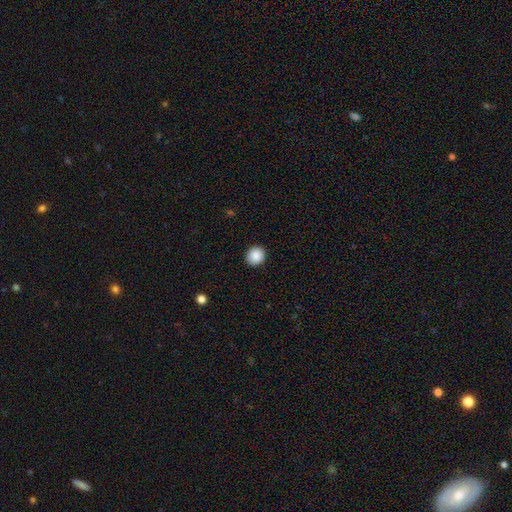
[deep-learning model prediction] smooth_or_featured: smooth (p=0.89) [alt: star or artifact p=0.08]
how_rounded: round (p=0.84) [alt: in between p=0.15]
merging: none (p=0.92) [alt: minor disturbance p=0.06]